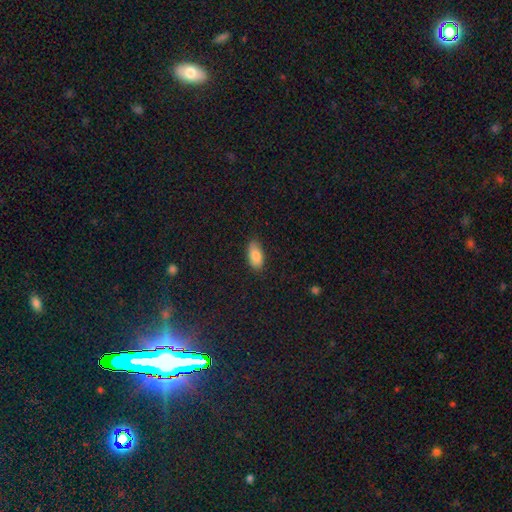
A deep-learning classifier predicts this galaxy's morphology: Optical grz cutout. It shows a smooth galaxy with no disk features (84%) that is in between round and cigar-shaped (92%). Merging: none (82%).